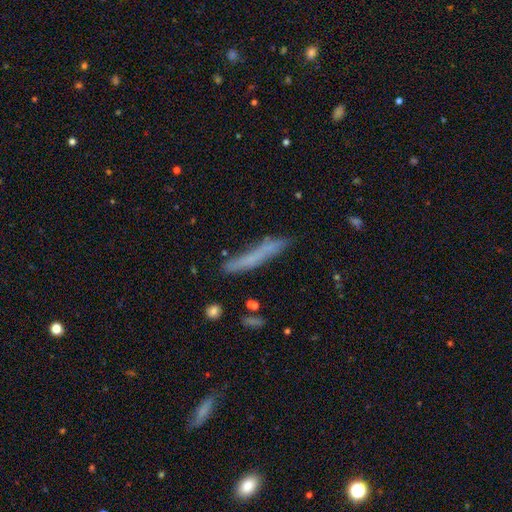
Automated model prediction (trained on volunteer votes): This appears to be a smooth galaxy with no disk features (62%) that is cigar-shaped (93%). Merging: none (73%).